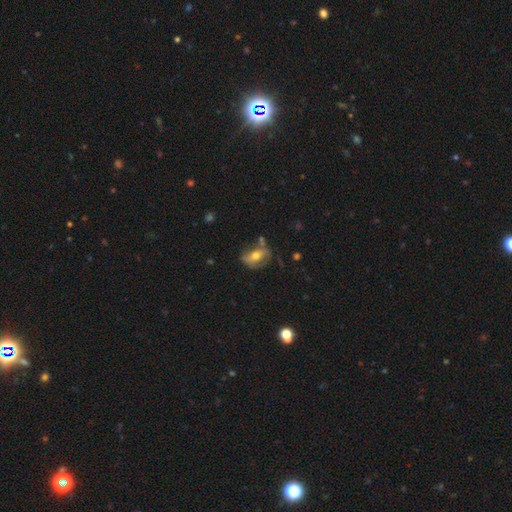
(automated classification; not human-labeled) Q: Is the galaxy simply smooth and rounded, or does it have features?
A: smooth — 48%.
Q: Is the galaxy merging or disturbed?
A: none — 54%.